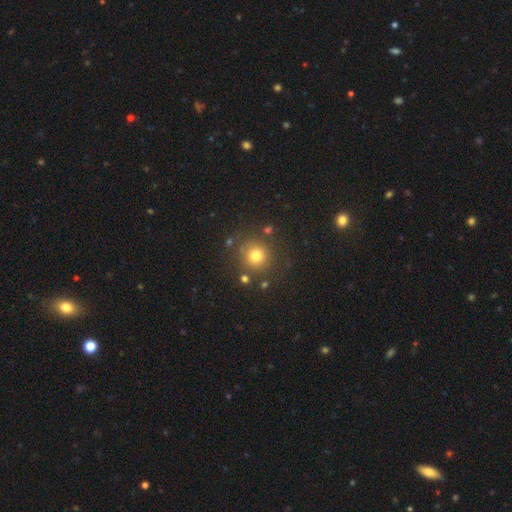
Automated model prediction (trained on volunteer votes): Smooth or featured? smooth (77%)
How rounded? round (93%)
Merging? none (82%)